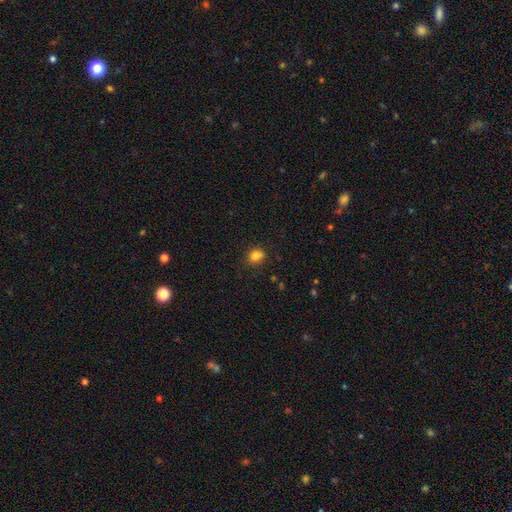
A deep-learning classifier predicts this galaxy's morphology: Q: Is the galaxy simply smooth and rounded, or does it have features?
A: smooth — 83%.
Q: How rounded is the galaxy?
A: round — 61%.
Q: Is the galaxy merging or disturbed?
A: none — 81%.